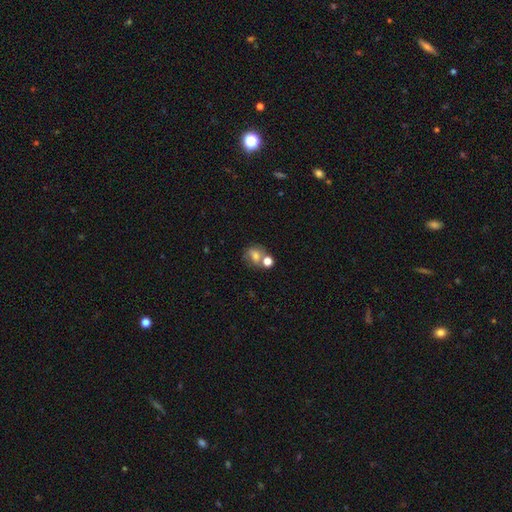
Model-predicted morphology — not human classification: The model was most divided on "merging": none: 46%, merger: 33%, minor disturbance: 14%, major disturbance: 7%. More confident: how rounded — round (64%); smooth or featured — smooth (62%).